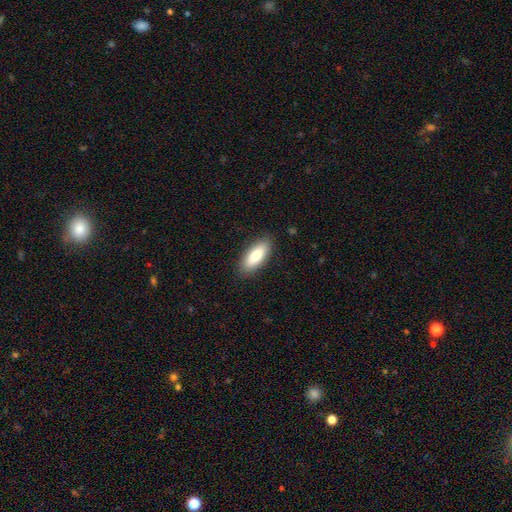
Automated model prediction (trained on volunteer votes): The model was most divided on "how rounded": in between: 77%, cigar-shaped: 22%, round: 2%. More confident: merging — none (87%); smooth or featured — smooth (81%).